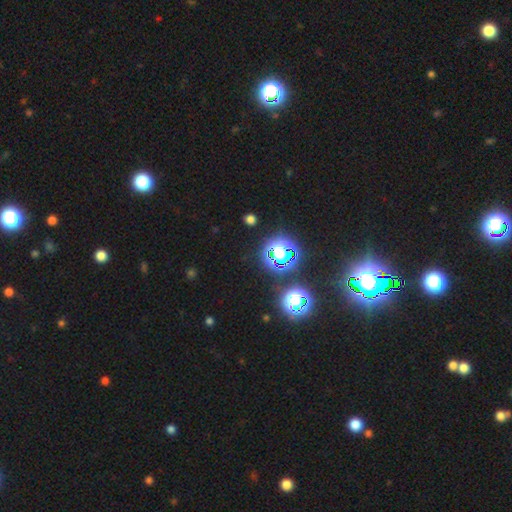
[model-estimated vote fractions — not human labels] A star or artifact, not a galaxy (77%).

Vote fractions:
- Smooth or featured? star or artifact: 77% / smooth: 15% / featured or disk: 7%